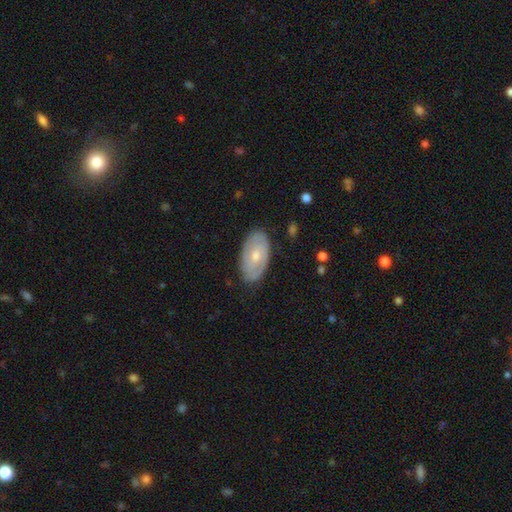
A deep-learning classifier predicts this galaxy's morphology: featured or disk 54%, smooth 41%, star or artifact 6%. Down the decision tree: edge-on disk — no (91%); merging — none (81%).